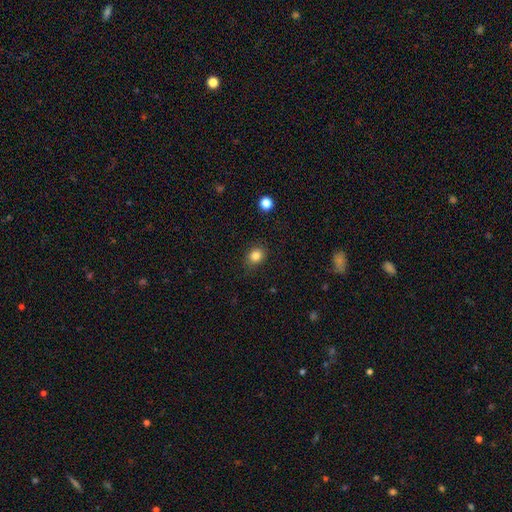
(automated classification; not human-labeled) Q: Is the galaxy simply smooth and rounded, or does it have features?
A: smooth — 83%.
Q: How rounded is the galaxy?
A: round — 61%.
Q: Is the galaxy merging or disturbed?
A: none — 85%.